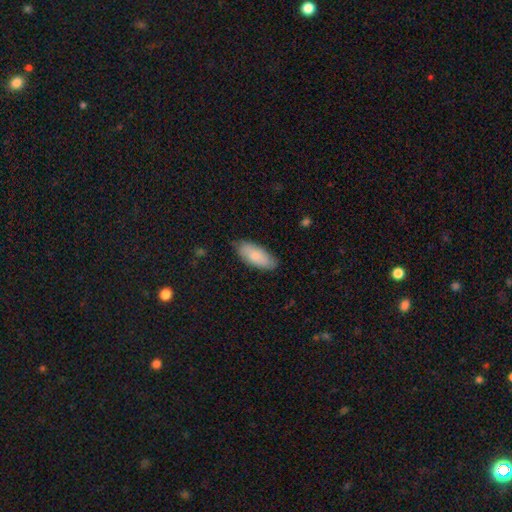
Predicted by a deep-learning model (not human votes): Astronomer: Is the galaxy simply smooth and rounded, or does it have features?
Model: smooth — 83%.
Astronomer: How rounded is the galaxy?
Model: in between — 83%.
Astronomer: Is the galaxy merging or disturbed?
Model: none — 78%.